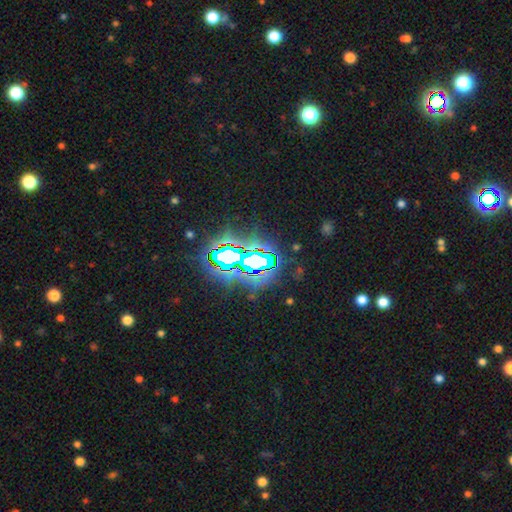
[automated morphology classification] Overall: star or artifact (79%).